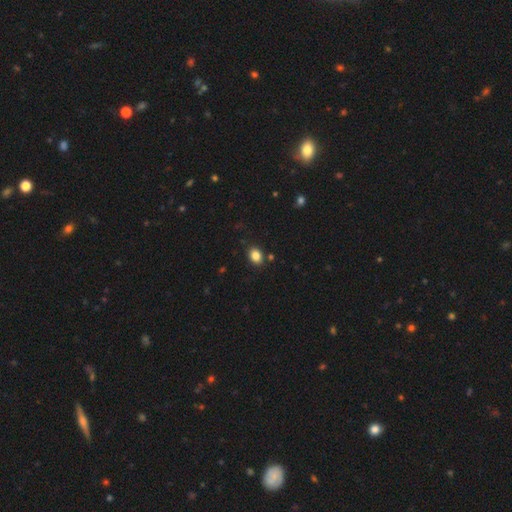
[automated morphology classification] Smooth or featured?
  - smooth: 85% *
  - star or artifact: 10%
  - featured or disk: 5%
How rounded?
  - in between: 65% *
  - round: 34%
  - cigar-shaped: 1%
Merging?
  - none: 86% *
  - minor disturbance: 9%
  - merger: 3%
  - major disturbance: 2%